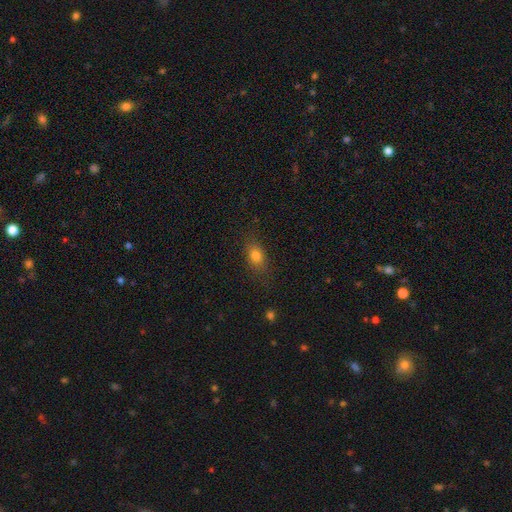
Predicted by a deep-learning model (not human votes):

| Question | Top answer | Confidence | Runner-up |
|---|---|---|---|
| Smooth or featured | smooth | 78% | star or artifact (11%) |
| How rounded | in between | 74% | round (18%) |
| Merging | none | 79% | minor disturbance (15%) |